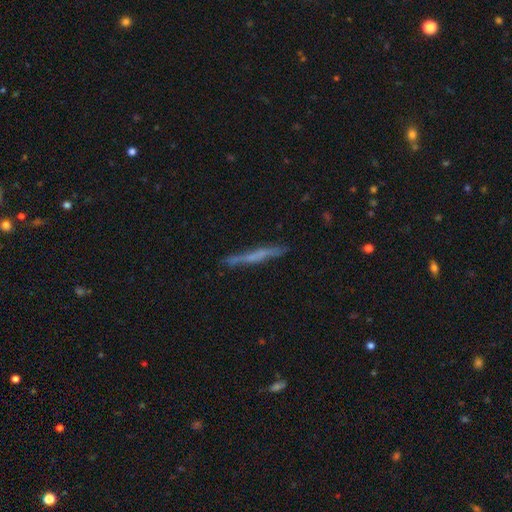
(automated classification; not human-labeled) A featured or disk galaxy (49%). Merging: none (80%).